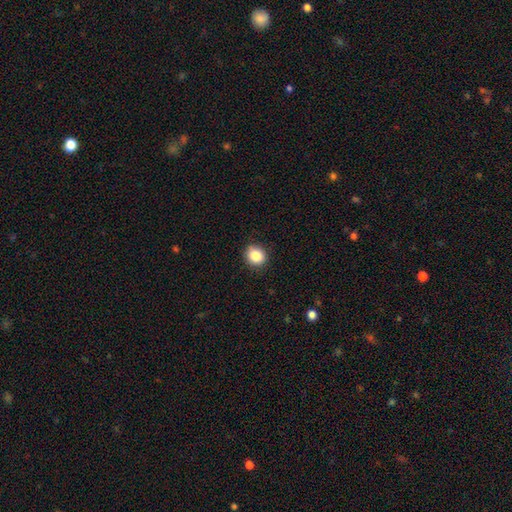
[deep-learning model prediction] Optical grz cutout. It shows a smooth galaxy with no disk features (86%) that is round (75%). Merging: none (88%).